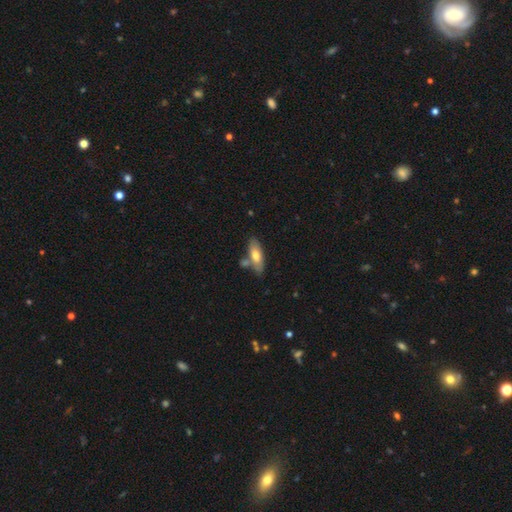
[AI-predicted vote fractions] Smooth or featured? Predicted: smooth (p=0.64). How rounded? Predicted: in between (p=0.71). Merging? Predicted: none (p=0.64).